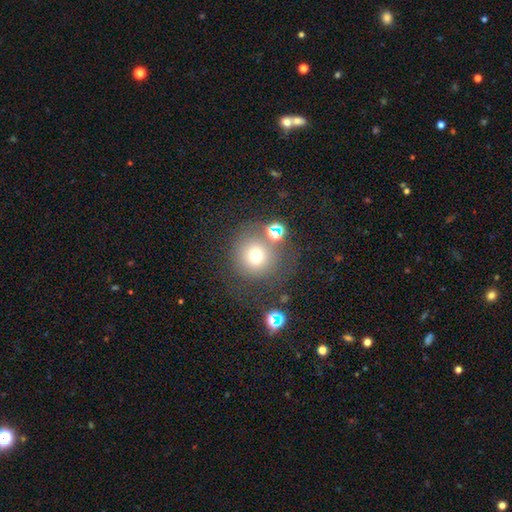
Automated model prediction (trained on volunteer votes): Overall: smooth (70%). How rounded: round (92%). Merging: none (63%).